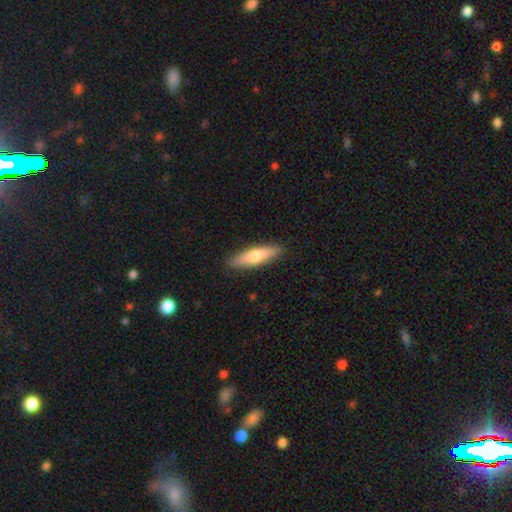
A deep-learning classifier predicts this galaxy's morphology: Overall: smooth (64%; featured or disk 31%). How rounded: cigar-shaped (71%). Merging: none (89%).